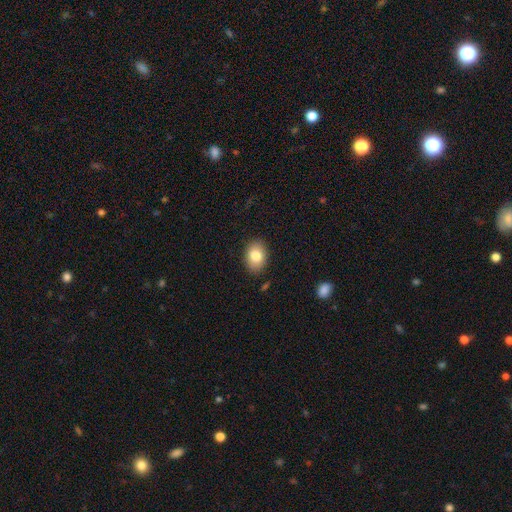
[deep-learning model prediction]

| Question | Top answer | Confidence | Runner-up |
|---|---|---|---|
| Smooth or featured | smooth | 82% | featured or disk (11%) |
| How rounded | in between | 79% | round (20%) |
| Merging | none | 87% | minor disturbance (9%) |